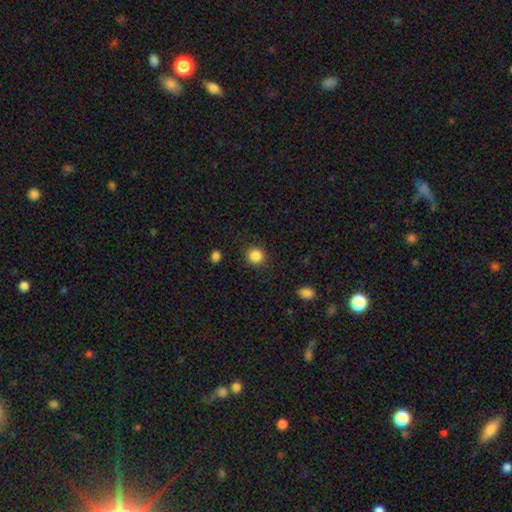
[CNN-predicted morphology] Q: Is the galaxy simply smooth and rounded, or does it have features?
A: smooth — 87%.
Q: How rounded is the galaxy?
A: round — 92%.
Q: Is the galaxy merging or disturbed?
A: none — 90%.